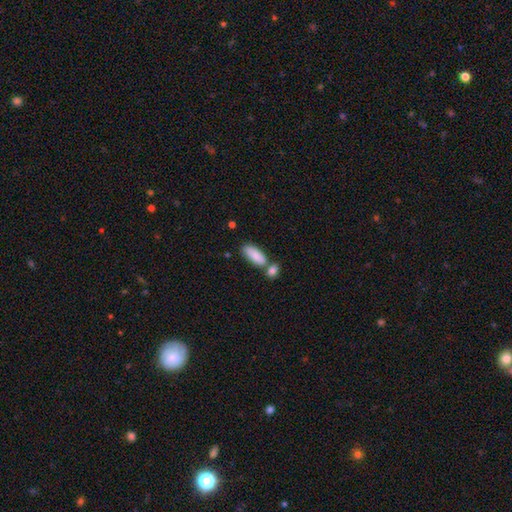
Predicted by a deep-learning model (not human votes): Smooth or featured?
  - smooth: 87% *
  - featured or disk: 8%
  - star or artifact: 6%
How rounded?
  - in between: 78% *
  - cigar-shaped: 20%
  - round: 2%
Merging?
  - none: 49% *
  - merger: 34%
  - minor disturbance: 12%
  - major disturbance: 4%